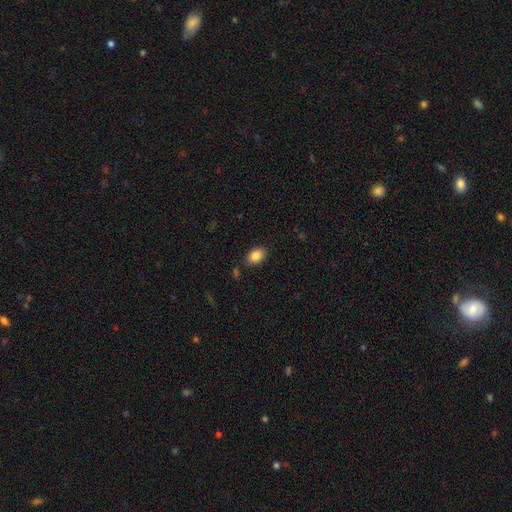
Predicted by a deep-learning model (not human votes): Smooth or featured?
  - smooth: 85% *
  - star or artifact: 8%
  - featured or disk: 6%
How rounded?
  - in between: 83% *
  - round: 15%
  - cigar-shaped: 1%
Merging?
  - none: 83% *
  - minor disturbance: 11%
  - merger: 3%
  - major disturbance: 3%